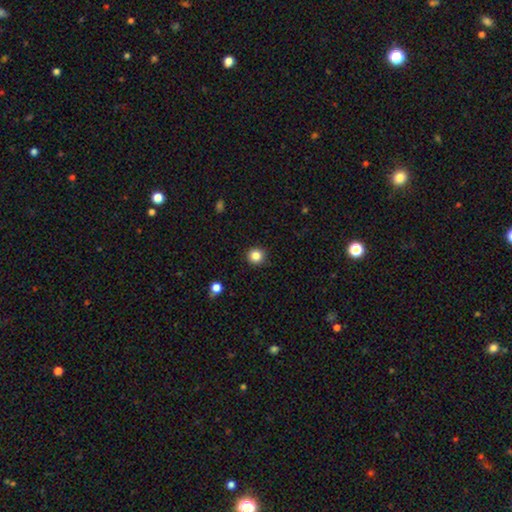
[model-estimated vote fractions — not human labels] Overall: smooth (85%). How rounded: round (94%). Merging: none (92%).